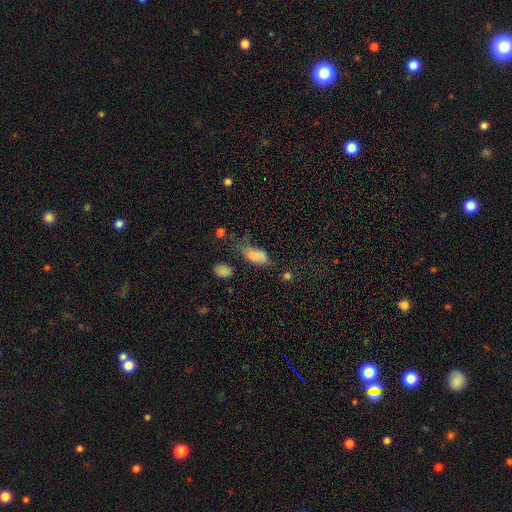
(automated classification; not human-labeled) Smooth or featured?
  - smooth: 77% *
  - featured or disk: 13%
  - star or artifact: 10%
How rounded?
  - in between: 89% *
  - cigar-shaped: 7%
  - round: 5%
Merging?
  - minor disturbance: 34% *
  - major disturbance: 29%
  - none: 29%
  - merger: 8%